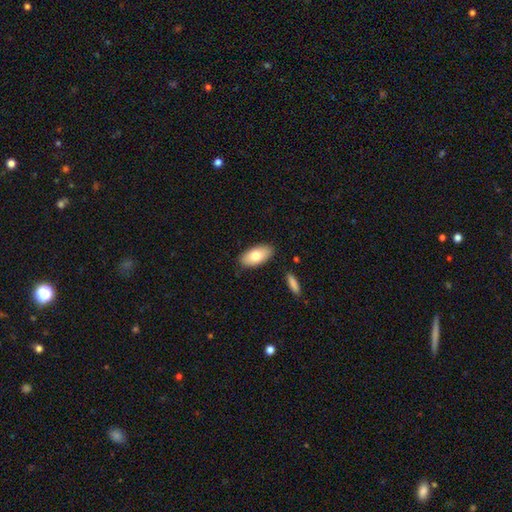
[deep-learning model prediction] Smooth or featured? Predicted: smooth (p=0.77). How rounded? Predicted: in between (p=0.93). Merging? Predicted: none (p=0.86).